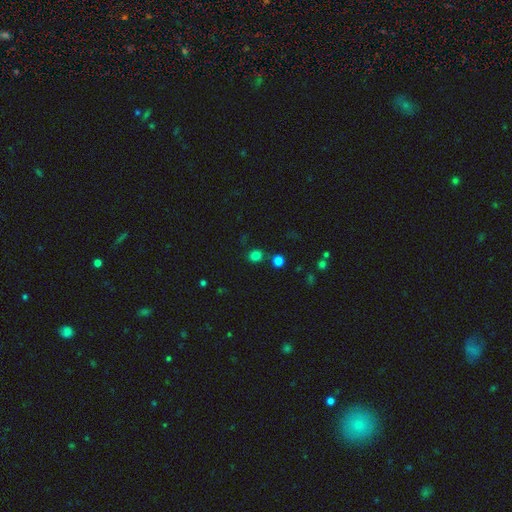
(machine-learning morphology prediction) Smooth or featured?
  - smooth: 79% *
  - star or artifact: 16%
  - featured or disk: 5%
How rounded?
  - round: 81% *
  - in between: 18%
  - cigar-shaped: 1%
Merging?
  - none: 76% *
  - merger: 12%
  - minor disturbance: 9%
  - major disturbance: 3%